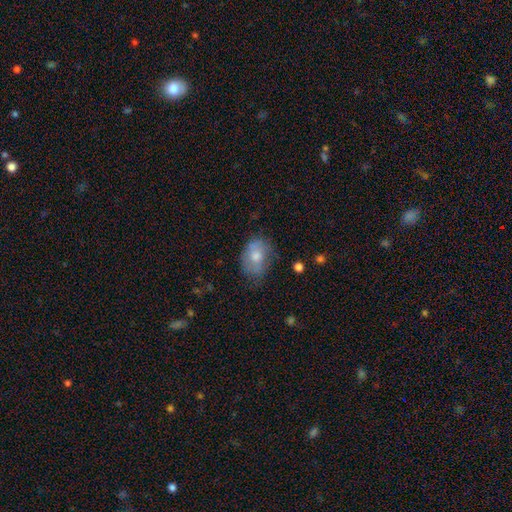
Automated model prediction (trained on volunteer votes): smooth-or-featured: smooth: 60% | featured or disk: 31% | star or artifact: 9%
  how-rounded: in between: 73% | round: 26% | cigar-shaped: 1%
  merging: none: 59% | minor disturbance: 29% | major disturbance: 10% | merger: 2%